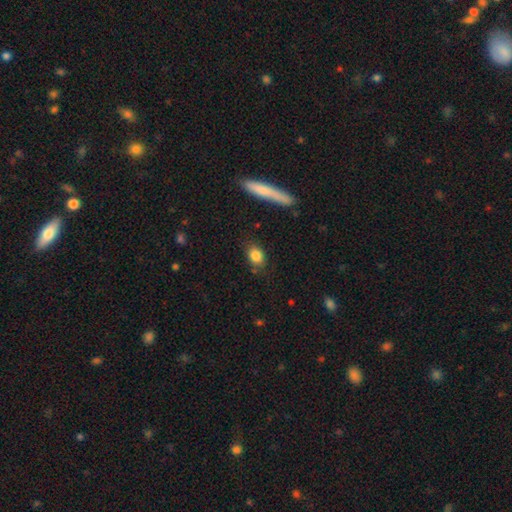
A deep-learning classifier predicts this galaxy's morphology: This appears to be a smooth galaxy with no disk features (84%) that is in between round and cigar-shaped (65%). Merging: none (79%).